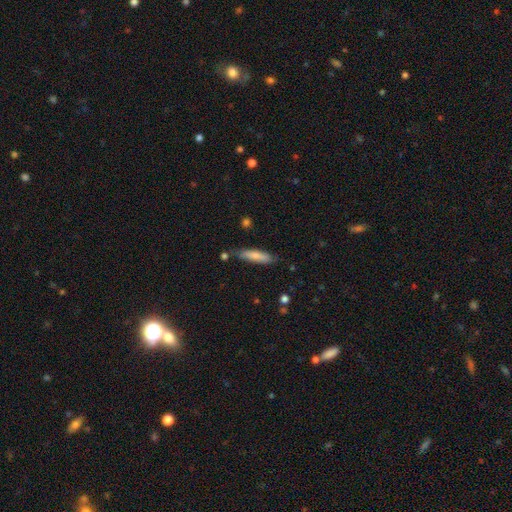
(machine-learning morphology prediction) This appears to be a smooth galaxy with no disk features (76%) that is cigar-shaped (76%). Merging: none (71%).